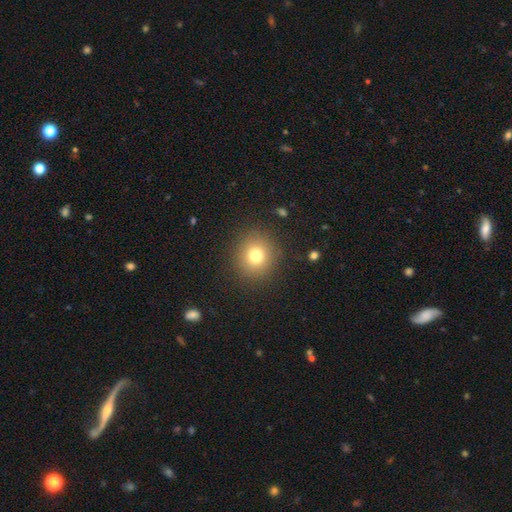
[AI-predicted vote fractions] Smooth or featured? smooth (77%)
How rounded? round (90%)
Merging? none (89%)